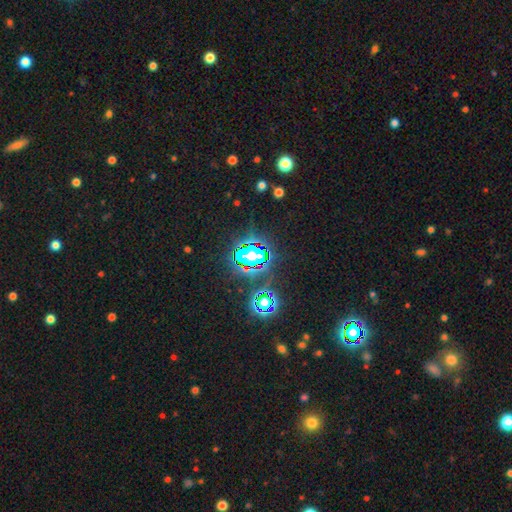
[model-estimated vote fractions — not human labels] The model was most divided on "smooth or featured": star or artifact: 81%, smooth: 12%, featured or disk: 7%.